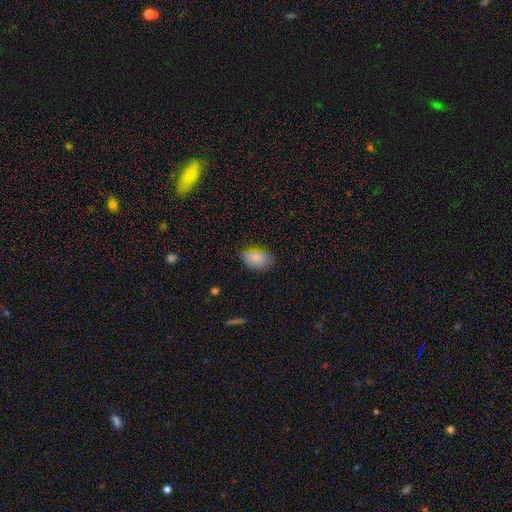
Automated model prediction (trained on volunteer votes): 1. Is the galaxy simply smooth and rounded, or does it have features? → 83% smooth, 9% featured or disk, 8% star or artifact.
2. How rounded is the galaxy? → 88% in between, 11% round, 2% cigar-shaped.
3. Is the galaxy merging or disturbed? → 70% none, 24% minor disturbance, 5% major disturbance, 1% merger.